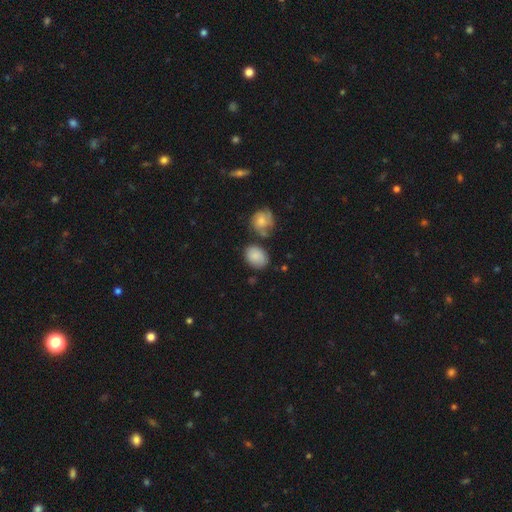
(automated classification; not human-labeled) Q: Smooth or featured?
A: smooth (82%); runner-up: featured or disk (10%)
Q: How rounded?
A: in between (63%); runner-up: round (36%)
Q: Merging?
A: none (66%); runner-up: minor disturbance (18%)